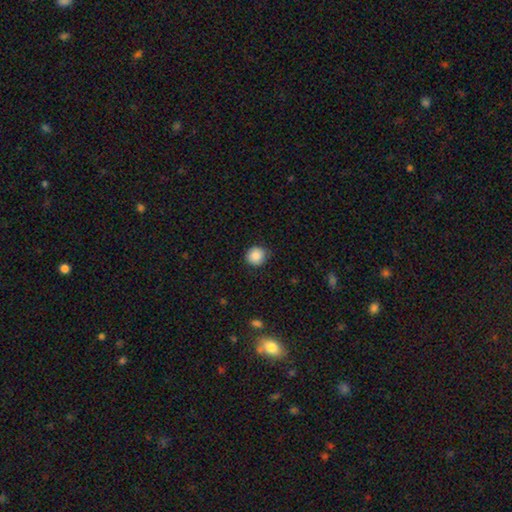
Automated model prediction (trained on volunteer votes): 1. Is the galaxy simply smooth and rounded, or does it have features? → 88% smooth, 9% star or artifact, 4% featured or disk.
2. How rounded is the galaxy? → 90% round, 9% in between, 1% cigar-shaped.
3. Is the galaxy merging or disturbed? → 83% none, 13% minor disturbance, 3% major disturbance, 1% merger.